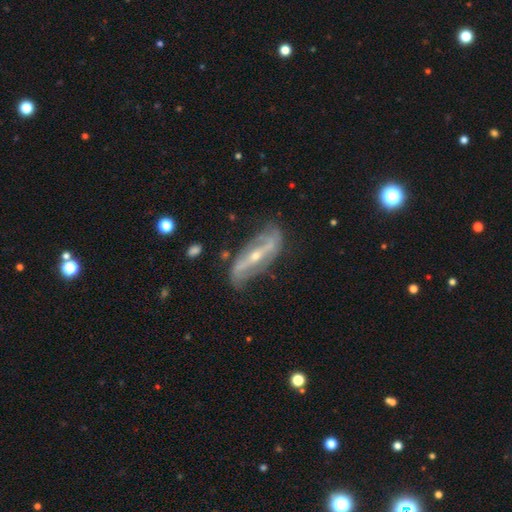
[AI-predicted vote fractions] Overall: featured or disk (86%). Edge-on disk: no (83%). Bar: strong (67%). Spiral arms: yes (87%). Spiral arm count: 2 (85%). Spiral winding: loose (44%; medium 34%). Bulge size: small (62%; moderate 35%). Merging: none (71%).